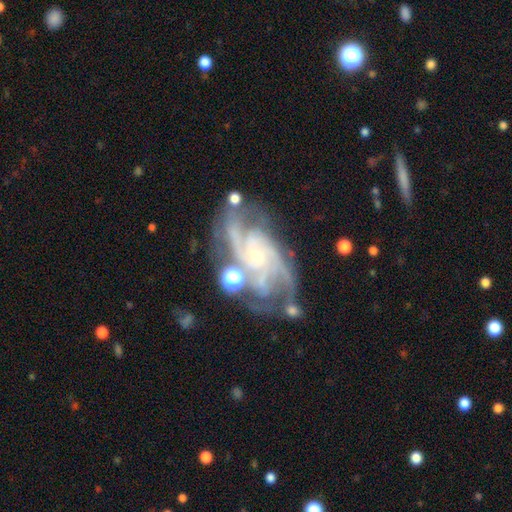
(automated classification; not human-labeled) Smooth or featured: featured or disk — 89% (star or artifact — 6%)
Edge-on disk: no — 97% (yes — 3%)
Bar: no — 65% (weak — 27%)
Spiral arms: yes — 98% (no — 2%)
Spiral winding: tight — 51% (medium — 41%)
Spiral arm count: 3 — 31% (2 — 22%)
Bulge size: small — 75% (moderate — 17%)
Merging: none — 64% (minor disturbance — 20%)